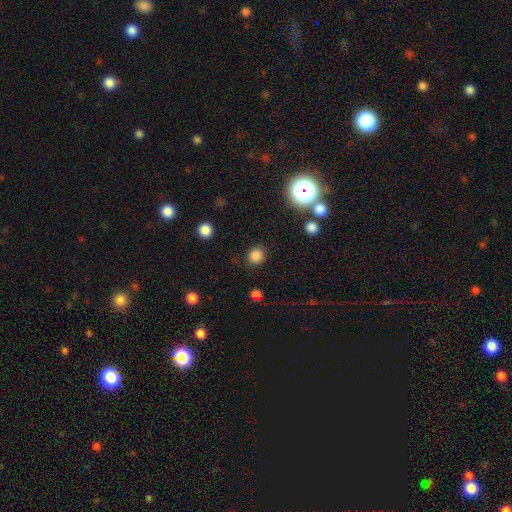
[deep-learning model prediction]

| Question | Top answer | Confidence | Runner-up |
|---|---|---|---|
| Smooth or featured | smooth | 83% | star or artifact (13%) |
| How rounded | round | 85% | in between (14%) |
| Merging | none | 87% | minor disturbance (8%) |